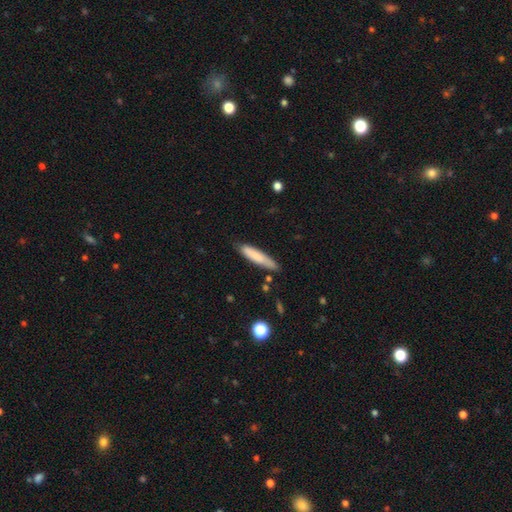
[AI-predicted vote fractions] This is likely a smooth galaxy (78%). How rounded: clearly cigar-shaped (84%). Merging: likely none (76%).